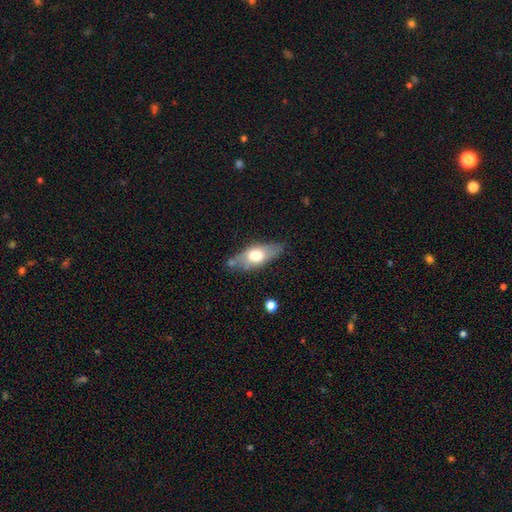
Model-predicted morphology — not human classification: smooth-or-featured: smooth: 57% | featured or disk: 36% | star or artifact: 7%
  how-rounded: in between: 73% | cigar-shaped: 23% | round: 4%
  merging: none: 68% | minor disturbance: 21% | merger: 6% | major disturbance: 5%